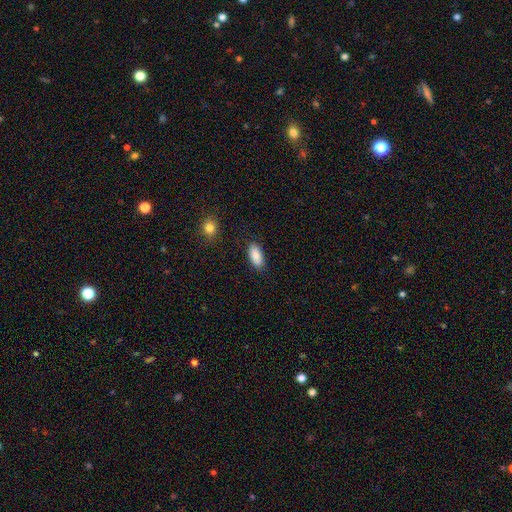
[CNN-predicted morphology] This is clearly a smooth galaxy (88%). How rounded: clearly in between (88%). Merging: clearly none (86%).